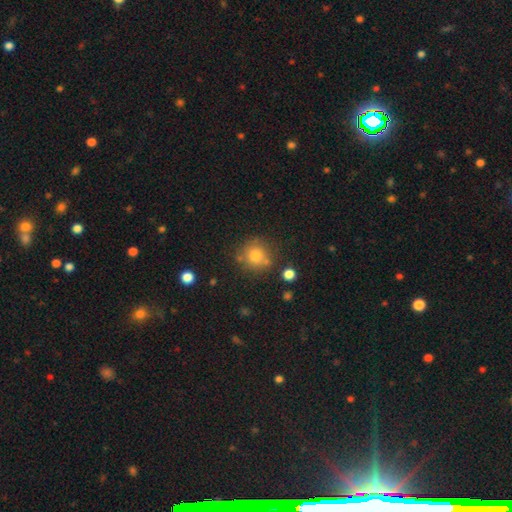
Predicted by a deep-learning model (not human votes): Overall: smooth (77%). How rounded: round (91%). Merging: none (73%).